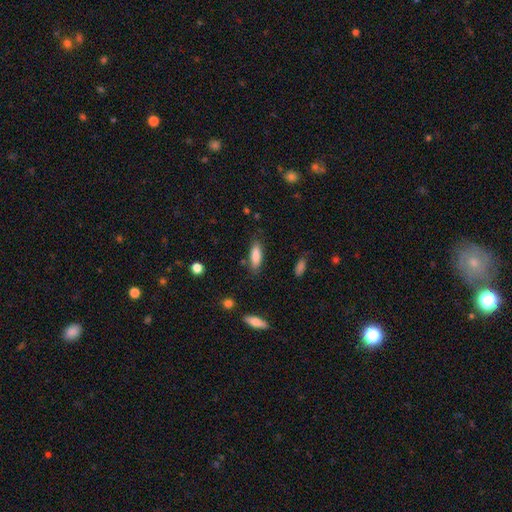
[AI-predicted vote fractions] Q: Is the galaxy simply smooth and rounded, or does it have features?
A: smooth — 85%.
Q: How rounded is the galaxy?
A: in between — 53%.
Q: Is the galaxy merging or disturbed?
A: none — 80%.